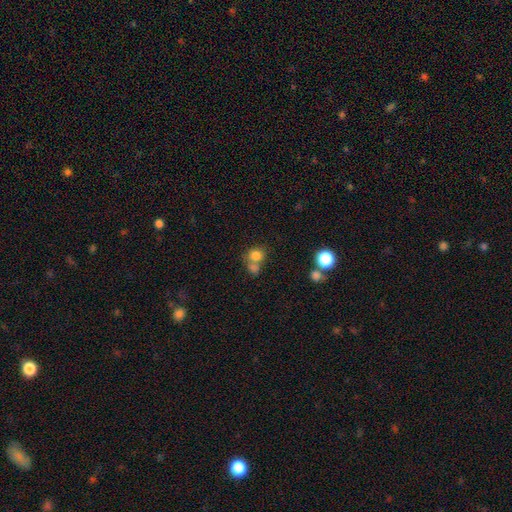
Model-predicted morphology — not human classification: Smooth or featured?
  - smooth: 78% *
  - star or artifact: 13%
  - featured or disk: 9%
How rounded?
  - round: 79% *
  - in between: 20%
  - cigar-shaped: 1%
Merging?
  - none: 45% *
  - merger: 40%
  - minor disturbance: 9%
  - major disturbance: 5%